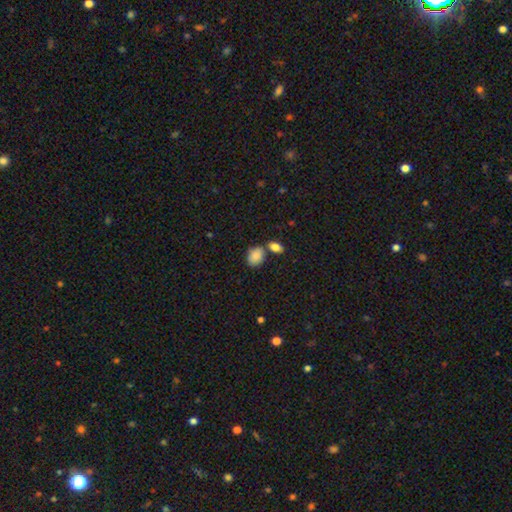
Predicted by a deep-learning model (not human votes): Morphology: type=smooth (87%); roundness=in between (75%); merging=none (58%).